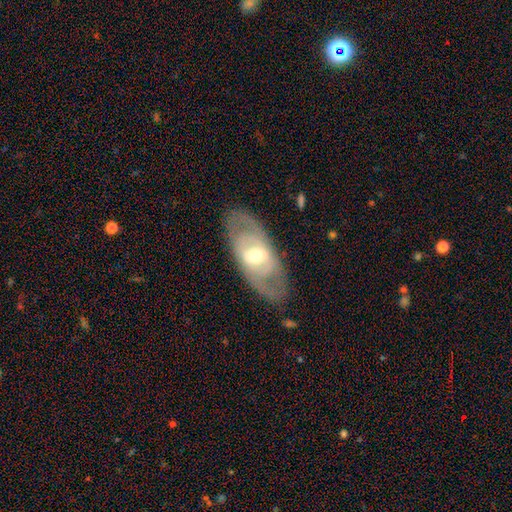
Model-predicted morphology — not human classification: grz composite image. It shows a featured or disk galaxy (70%) with a weak bar (43%), spiral arms (52%) and a moderate central bulge (62%). Merging: none (81%).